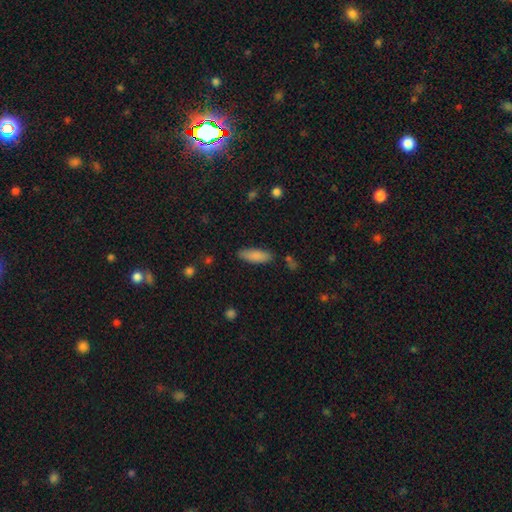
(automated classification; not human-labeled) smooth-or-featured: smooth: 87% | featured or disk: 7% | star or artifact: 6%
  how-rounded: in between: 62% | cigar-shaped: 36% | round: 2%
  merging: none: 83% | minor disturbance: 12% | major disturbance: 3% | merger: 3%